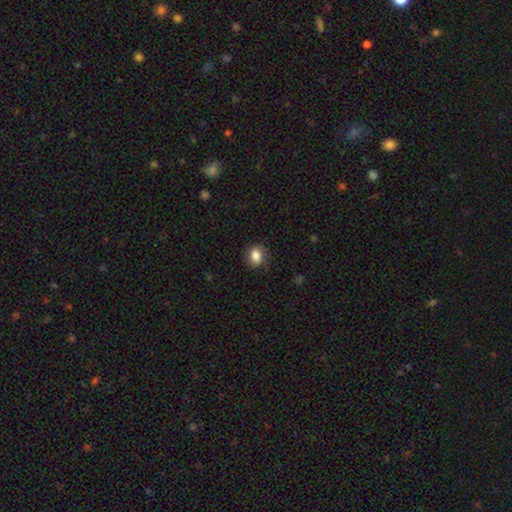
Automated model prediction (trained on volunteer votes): This appears to be a smooth galaxy with no disk features (83%) that is round (50%). Merging: none (75%).